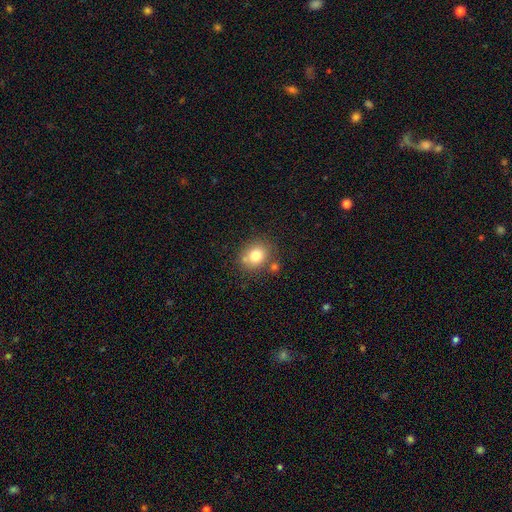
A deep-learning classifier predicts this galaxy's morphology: type=smooth (78%); roundness=round (69%); merging=none (70%).